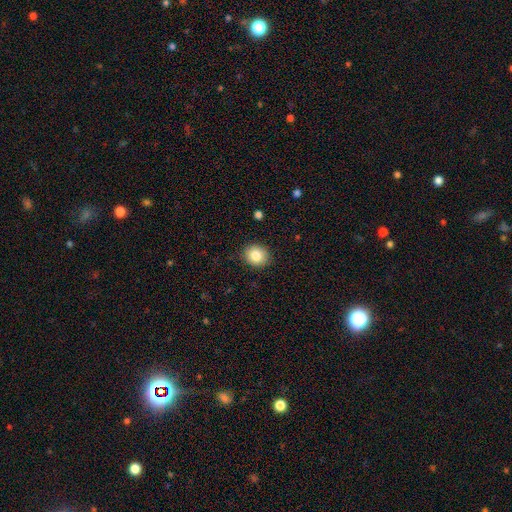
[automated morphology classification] A smooth galaxy with no disk features (83%) that is round (75%). Merging: none (90%).